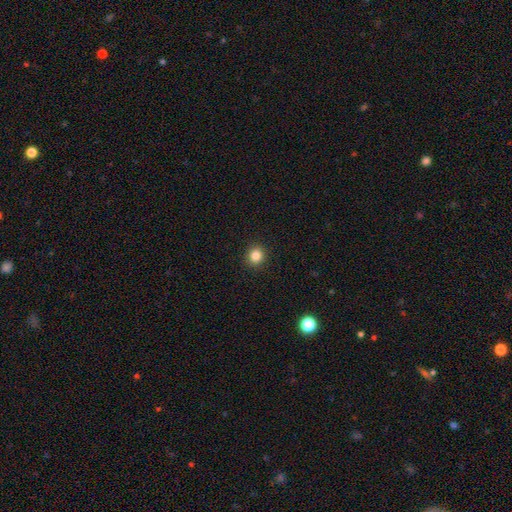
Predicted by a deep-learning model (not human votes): Smooth or featured? smooth (84%)
How rounded? round (87%)
Merging? none (92%)